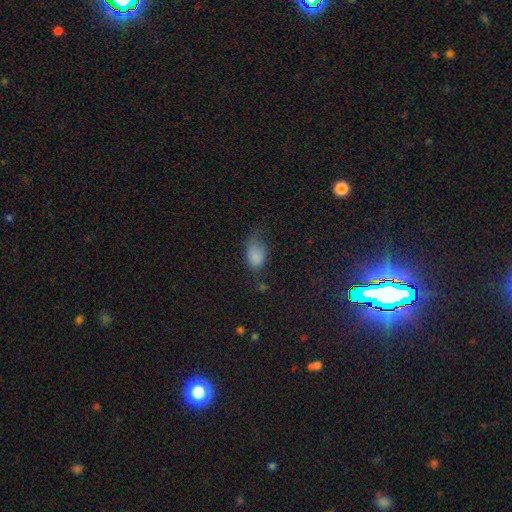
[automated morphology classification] smooth 80%, star or artifact 12%, featured or disk 8%. Down the decision tree: how rounded — in between (87%); merging — none (38%).